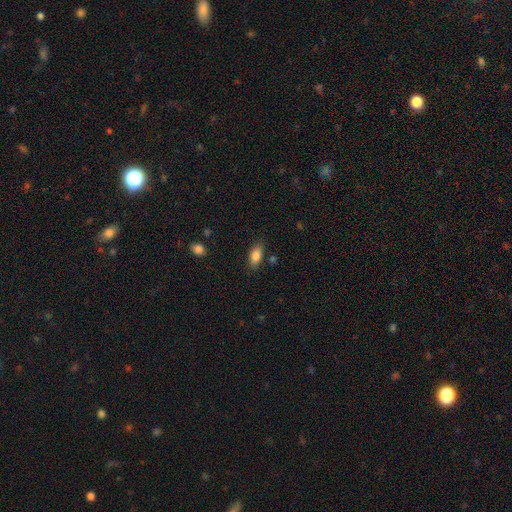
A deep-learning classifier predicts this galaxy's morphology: A smooth galaxy with no disk features (84%) that is in between round and cigar-shaped (87%).

Vote fractions:
- Smooth or featured? smooth: 84% / featured or disk: 8% / star or artifact: 8%
- How rounded? in between: 87% / cigar-shaped: 9% / round: 4%
- Merging? none: 81% / minor disturbance: 14% / major disturbance: 3% / merger: 2%